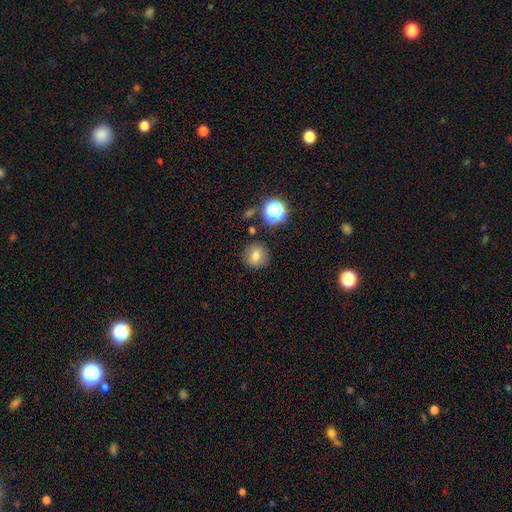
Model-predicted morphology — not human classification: Smooth or featured: smooth — 76% (star or artifact — 14%)
How rounded: round — 87% (in between — 12%)
Merging: none — 84% (minor disturbance — 9%)